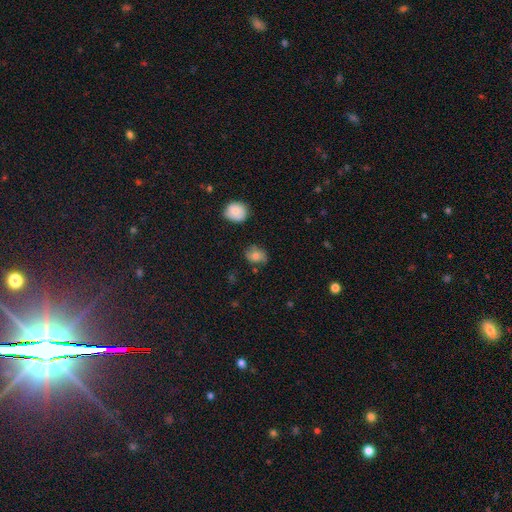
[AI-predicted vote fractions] Smooth or featured? smooth (69%)
How rounded? in between (55%)
Merging? none (64%)